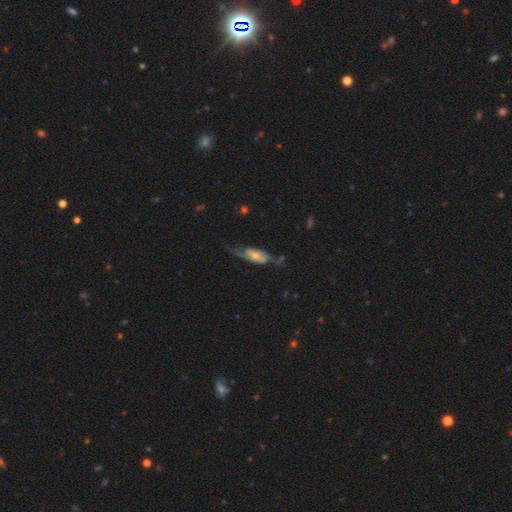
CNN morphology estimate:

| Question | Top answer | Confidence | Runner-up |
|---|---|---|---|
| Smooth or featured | featured or disk | 63% | smooth (30%) |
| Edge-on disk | no | 84% | yes (16%) |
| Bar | no | 59% | weak (29%) |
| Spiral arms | yes | 83% | no (17%) |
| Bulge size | small | 48% | moderate (38%) |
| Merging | none | 48% | minor disturbance (26%) |